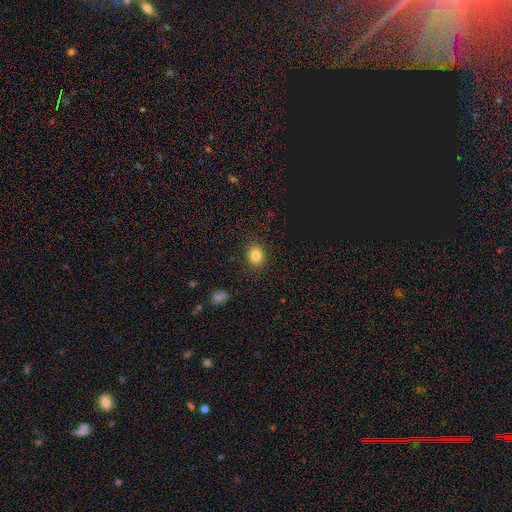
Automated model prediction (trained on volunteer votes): Overall: smooth (82%). How rounded: round (59%; in between 40%). Merging: none (87%).